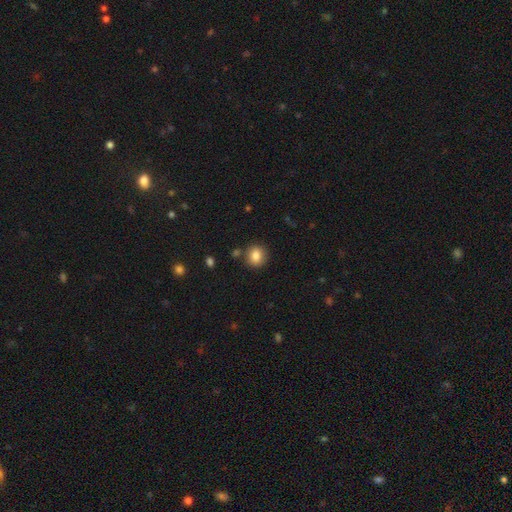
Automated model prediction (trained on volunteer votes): This is clearly a smooth galaxy (83%). How rounded: likely round (79%). Merging: clearly none (84%).